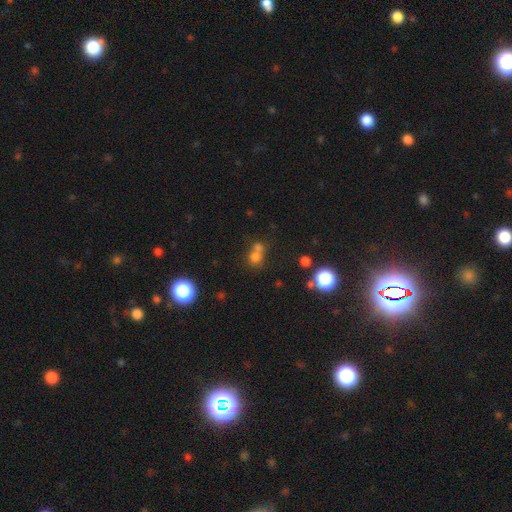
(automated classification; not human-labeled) A smooth galaxy with no disk features (68%) that is round (80%).

Vote fractions:
- Smooth or featured? smooth: 68% / star or artifact: 21% / featured or disk: 11%
- How rounded? round: 80% / in between: 18% / cigar-shaped: 1%
- Merging? merger: 49% / none: 41% / minor disturbance: 6% / major disturbance: 4%